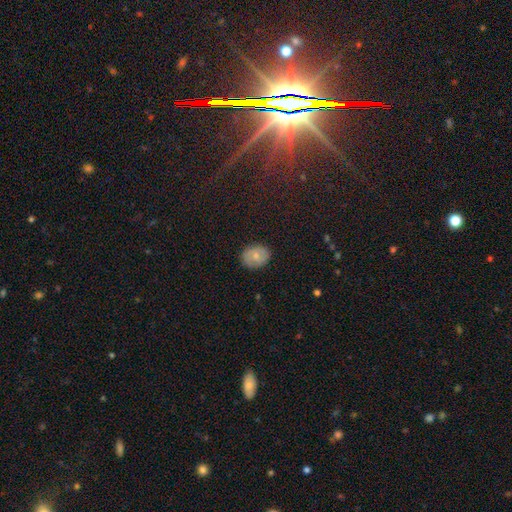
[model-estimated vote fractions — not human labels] Q: Smooth or featured?
A: smooth (68%); runner-up: featured or disk (24%)
Q: How rounded?
A: in between (51%); runner-up: round (48%)
Q: Merging?
A: none (84%); runner-up: minor disturbance (13%)